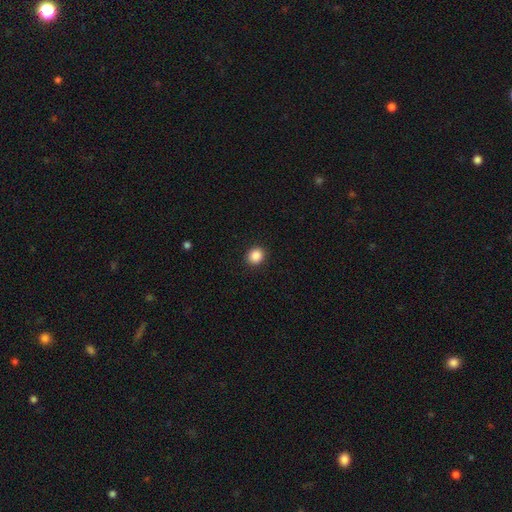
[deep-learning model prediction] Overall: smooth (88%). How rounded: round (79%). Merging: none (91%).